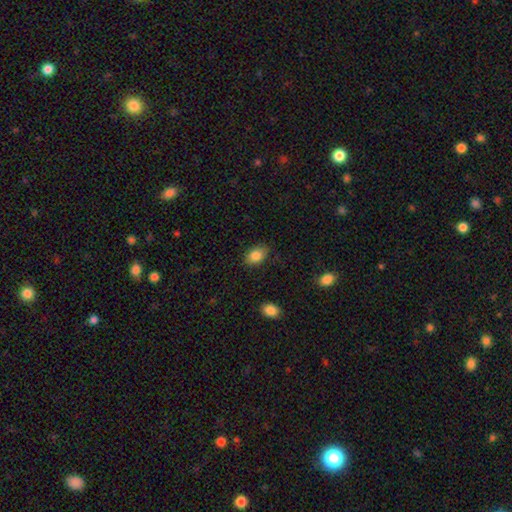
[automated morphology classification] smooth 85%, star or artifact 8%, featured or disk 7%. Down the decision tree: how rounded — in between (85%); merging — none (84%).